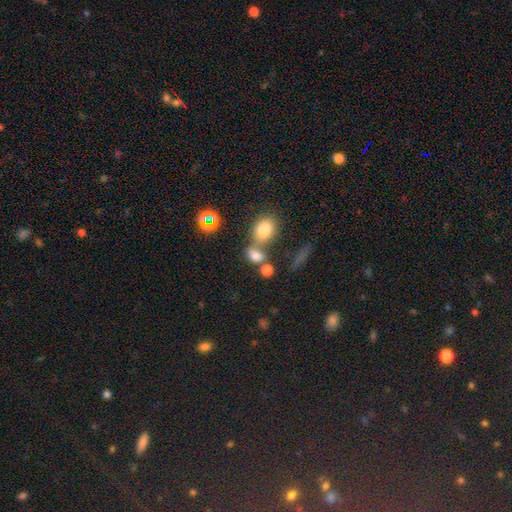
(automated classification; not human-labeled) smooth-or-featured: smooth: 74% | star or artifact: 16% | featured or disk: 9%
  how-rounded: in between: 64% | round: 32% | cigar-shaped: 3%
  merging: none: 44% | merger: 39% | minor disturbance: 11% | major disturbance: 6%